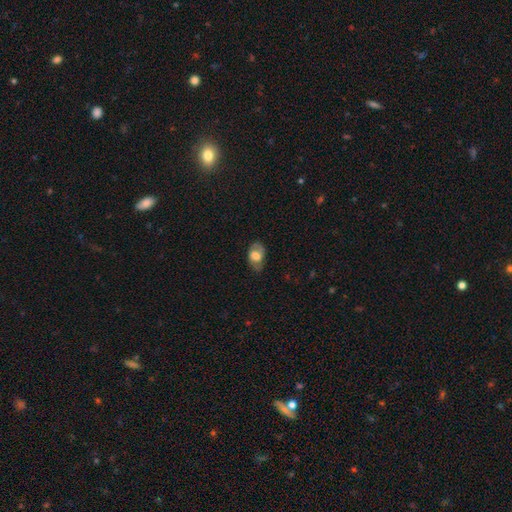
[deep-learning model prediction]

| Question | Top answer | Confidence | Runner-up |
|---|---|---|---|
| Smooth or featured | smooth | 57% | featured or disk (36%) |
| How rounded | in between | 87% | round (11%) |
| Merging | none | 65% | minor disturbance (25%) |